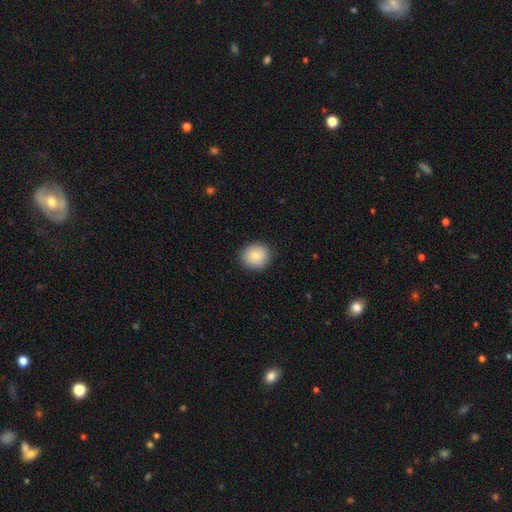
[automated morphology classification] Q: Smooth or featured?
A: smooth (84%); runner-up: featured or disk (8%)
Q: How rounded?
A: round (88%); runner-up: in between (11%)
Q: Merging?
A: none (89%); runner-up: minor disturbance (8%)